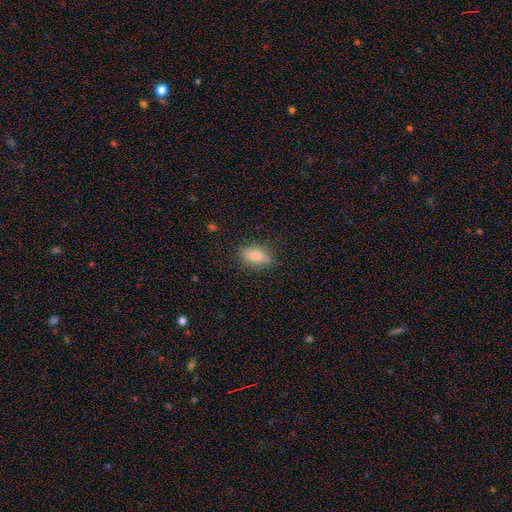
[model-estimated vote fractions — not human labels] This appears to be a smooth galaxy with no disk features (75%) that is in between round and cigar-shaped (75%). Merging: none (82%).